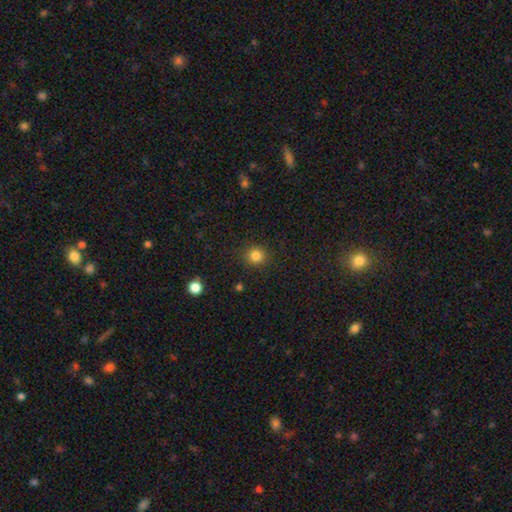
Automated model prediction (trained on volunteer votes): Smooth or featured?
  - smooth: 83% *
  - star or artifact: 12%
  - featured or disk: 4%
How rounded?
  - round: 91% *
  - in between: 8%
  - cigar-shaped: 1%
Merging?
  - none: 90% *
  - minor disturbance: 7%
  - major disturbance: 2%
  - merger: 1%